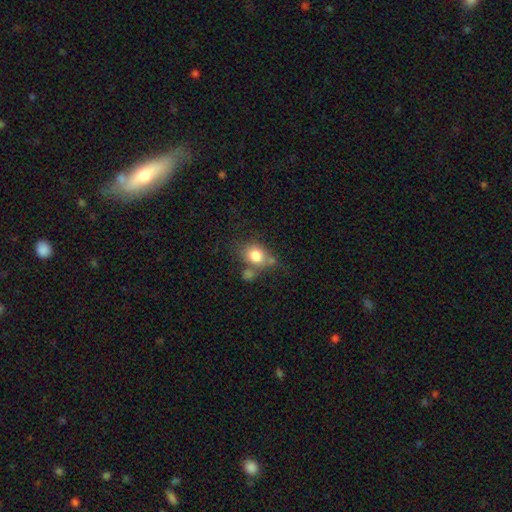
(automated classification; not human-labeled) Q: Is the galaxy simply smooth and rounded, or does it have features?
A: smooth — 80%.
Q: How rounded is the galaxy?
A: round — 56%.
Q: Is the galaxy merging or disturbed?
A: none — 49%.